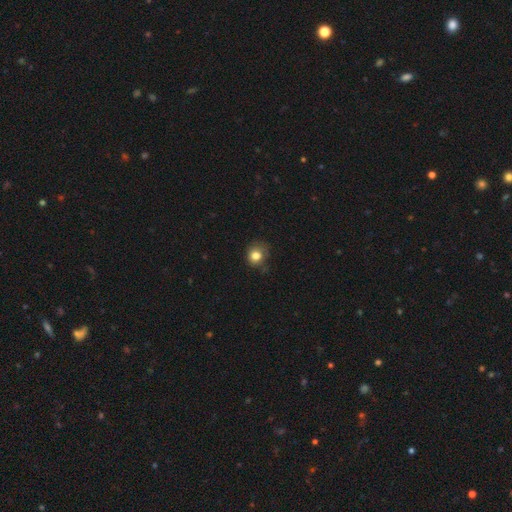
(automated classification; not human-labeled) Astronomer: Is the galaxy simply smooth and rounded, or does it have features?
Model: smooth — 80%.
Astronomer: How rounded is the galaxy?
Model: round — 77%.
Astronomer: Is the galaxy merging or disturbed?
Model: none — 64%.